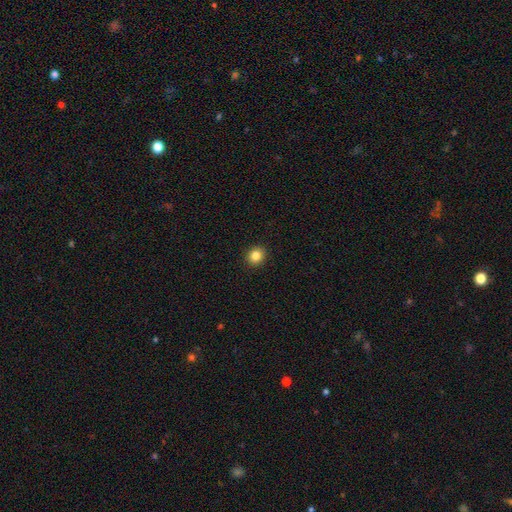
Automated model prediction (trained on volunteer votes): Overall: smooth (84%). How rounded: round (80%). Merging: none (92%).